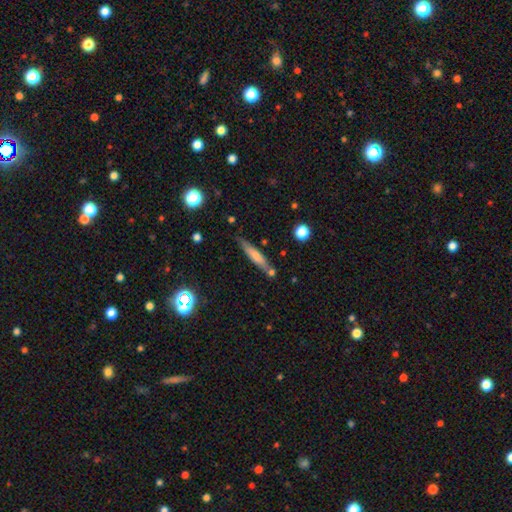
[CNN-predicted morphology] Smooth or featured: smooth — 55% (featured or disk — 36%)
How rounded: cigar-shaped — 90% (in between — 9%)
Merging: none — 76% (minor disturbance — 14%)